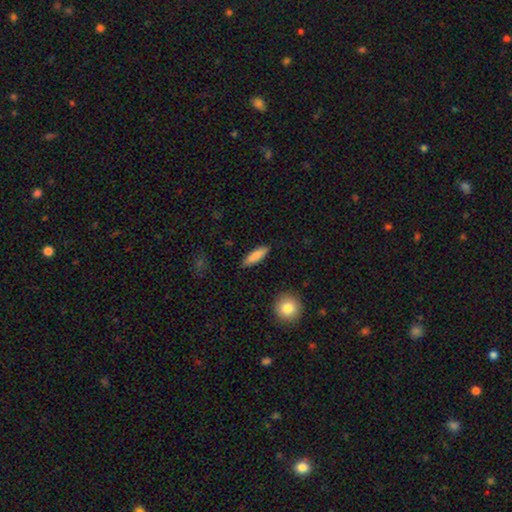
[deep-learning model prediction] Smooth or featured: smooth — 83% (featured or disk — 11%)
How rounded: cigar-shaped — 57% (in between — 41%)
Merging: none — 88% (minor disturbance — 9%)